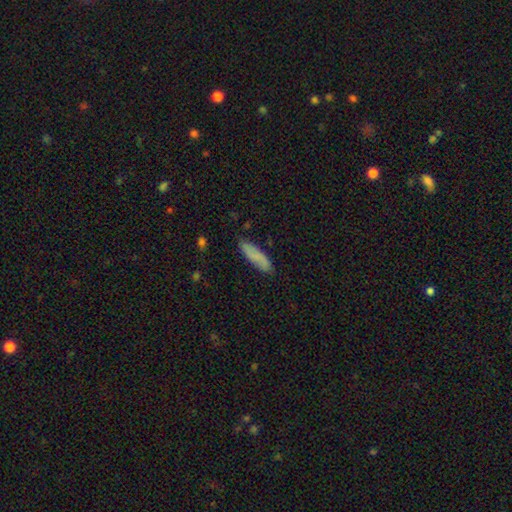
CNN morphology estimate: The model was most divided on "how rounded": cigar-shaped: 63%, in between: 35%, round: 2%. More confident: merging — none (80%); smooth or featured — smooth (78%).